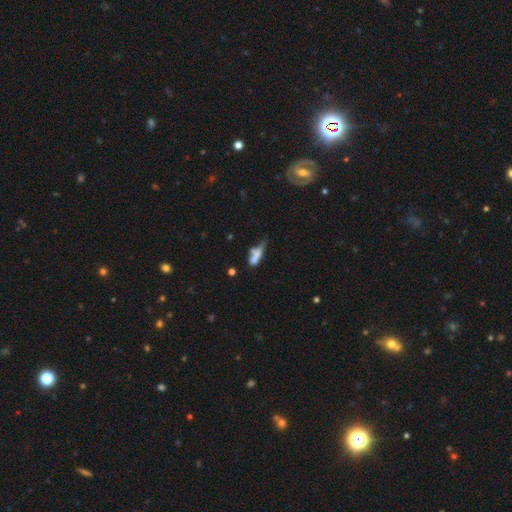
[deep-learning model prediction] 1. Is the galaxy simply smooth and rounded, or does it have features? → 63% smooth, 26% featured or disk, 11% star or artifact.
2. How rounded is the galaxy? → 53% cigar-shaped, 43% in between, 4% round.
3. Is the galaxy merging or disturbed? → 30% none, 26% minor disturbance, 24% merger, 20% major disturbance.